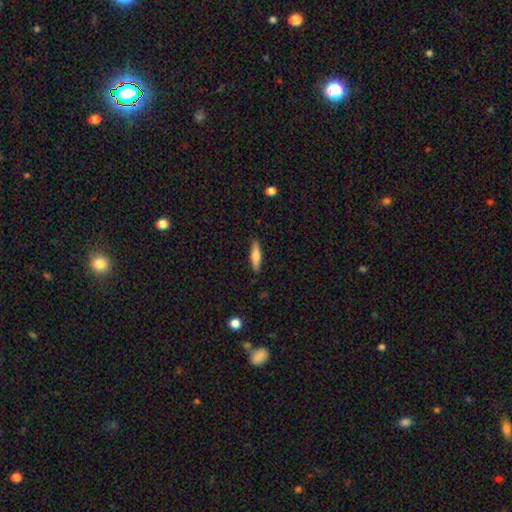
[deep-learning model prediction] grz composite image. It shows a smooth galaxy with no disk features (68%) that is cigar-shaped (73%). Merging: none (88%).